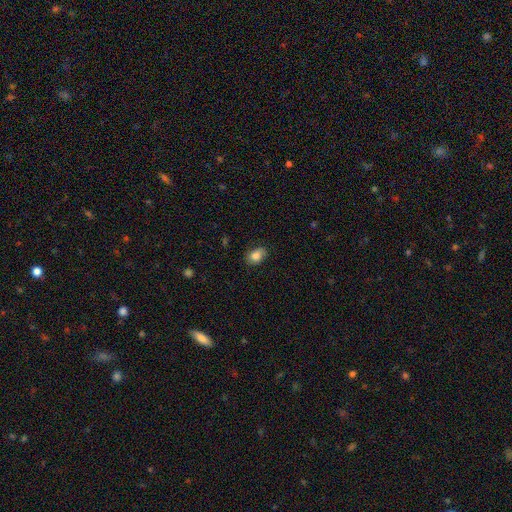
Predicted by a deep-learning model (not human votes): A smooth galaxy with no disk features (85%) that is in between round and cigar-shaped (79%). Merging: none (81%).